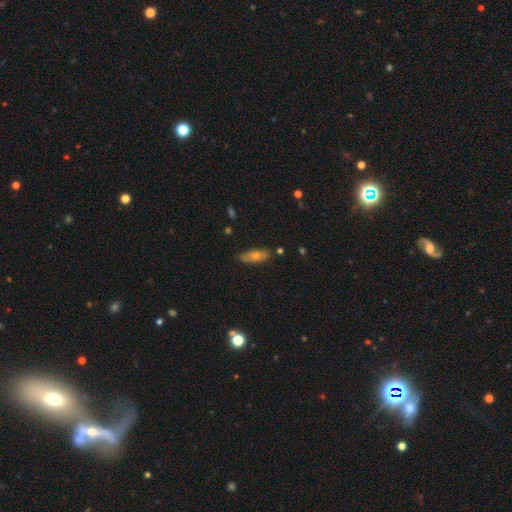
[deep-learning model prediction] A smooth galaxy with no disk features (54%) that is in between round and cigar-shaped (66%).

Vote fractions:
- Smooth or featured? smooth: 54% / featured or disk: 36% / star or artifact: 10%
- How rounded? in between: 66% / cigar-shaped: 30% / round: 4%
- Merging? none: 83% / minor disturbance: 13% / major disturbance: 2% / merger: 2%